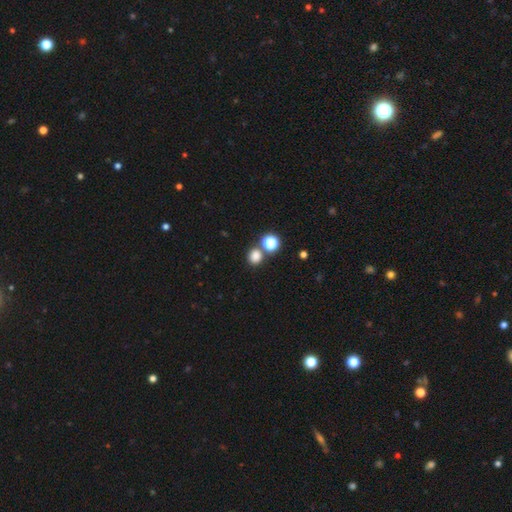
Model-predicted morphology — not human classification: smooth-or-featured: smooth: 79% | star or artifact: 16% | featured or disk: 5%
  how-rounded: round: 81% | in between: 18% | cigar-shaped: 1%
  merging: none: 71% | merger: 19% | minor disturbance: 8% | major disturbance: 3%